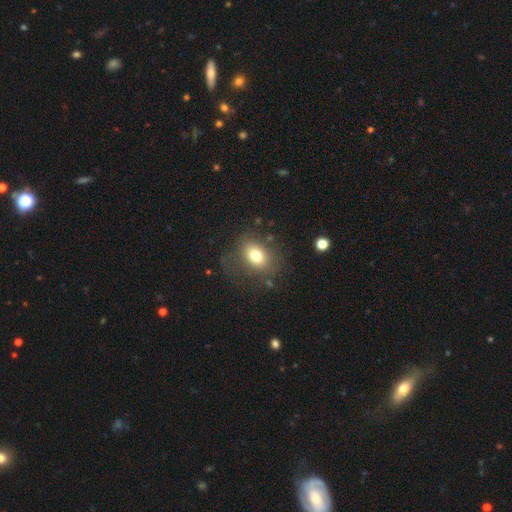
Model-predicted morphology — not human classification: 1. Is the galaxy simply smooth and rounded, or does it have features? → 73% smooth, 16% featured or disk, 11% star or artifact.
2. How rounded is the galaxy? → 64% in between, 35% round, 1% cigar-shaped.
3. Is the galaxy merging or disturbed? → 67% none, 18% minor disturbance, 13% major disturbance, 2% merger.